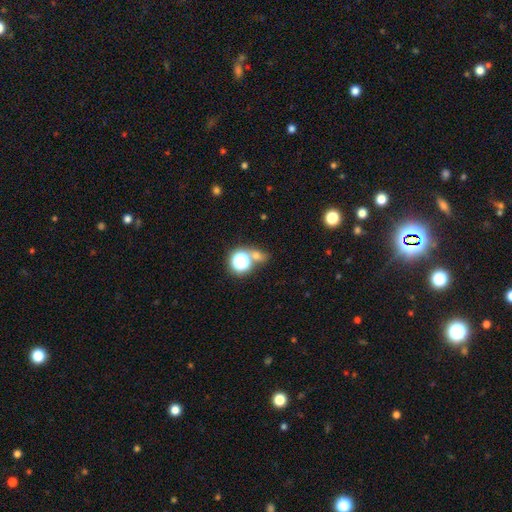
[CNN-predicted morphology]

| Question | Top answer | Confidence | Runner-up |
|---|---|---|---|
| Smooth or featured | smooth | 56% | star or artifact (35%) |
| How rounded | round | 67% | in between (30%) |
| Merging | none | 59% | merger (26%) |